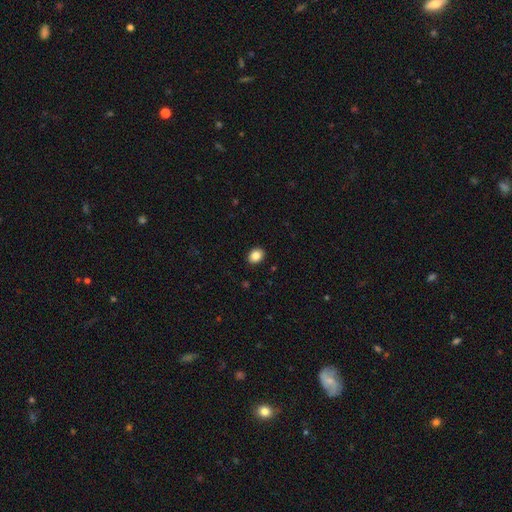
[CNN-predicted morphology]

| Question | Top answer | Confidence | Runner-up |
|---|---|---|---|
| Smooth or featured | smooth | 86% | star or artifact (9%) |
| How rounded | in between | 60% | round (39%) |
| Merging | none | 91% | minor disturbance (6%) |